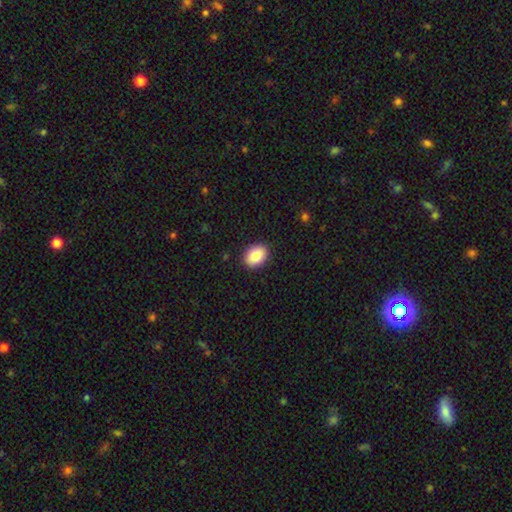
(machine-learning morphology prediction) Smooth or featured?
  - smooth: 86% *
  - star or artifact: 8%
  - featured or disk: 7%
How rounded?
  - in between: 69% *
  - round: 30%
  - cigar-shaped: 1%
Merging?
  - none: 90% *
  - minor disturbance: 7%
  - major disturbance: 2%
  - merger: 1%